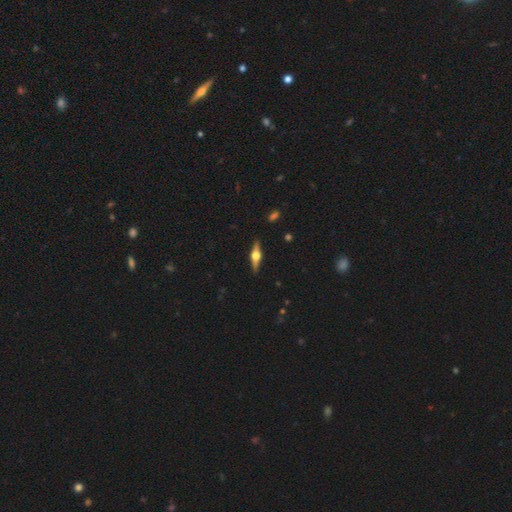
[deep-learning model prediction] A featured or disk galaxy (74%) viewed edge-on (97%) with a rounded central bulge (95%). Merging: none (90%).